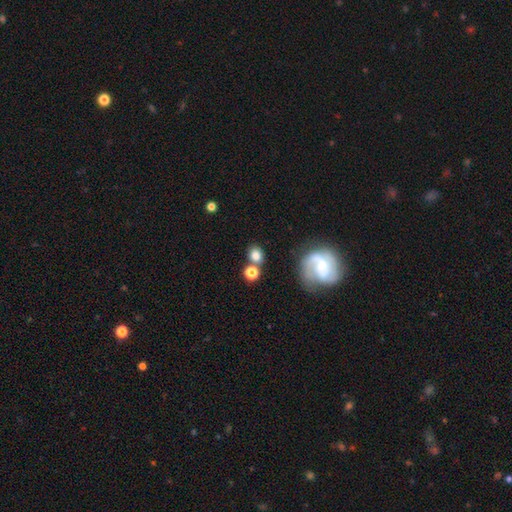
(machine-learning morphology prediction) A smooth galaxy with no disk features (76%) that is round (66%).

Vote fractions:
- Smooth or featured? smooth: 76% / featured or disk: 12% / star or artifact: 12%
- How rounded? round: 66% / in between: 33% / cigar-shaped: 1%
- Merging? none: 63% / merger: 20% / minor disturbance: 12% / major disturbance: 5%